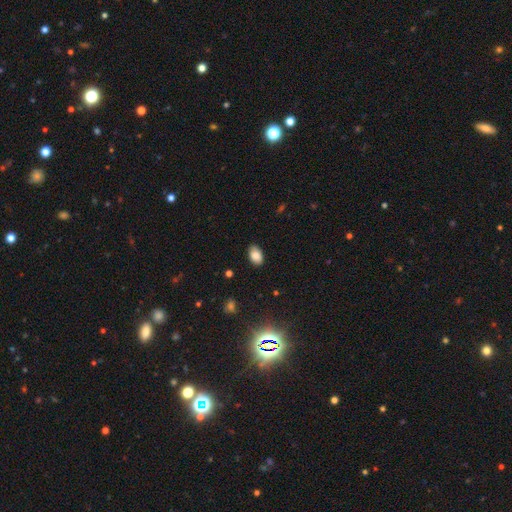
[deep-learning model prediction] smooth 84%, star or artifact 9%, featured or disk 6%. Down the decision tree: how rounded — in between (92%); merging — none (85%).